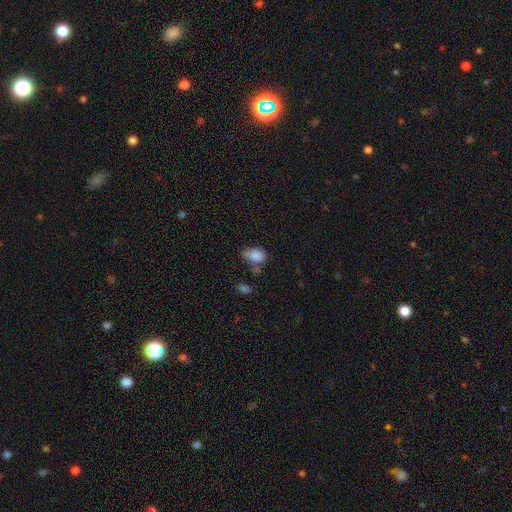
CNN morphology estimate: Smooth or featured? smooth (85%)
How rounded? in between (79%)
Merging? none (49%)